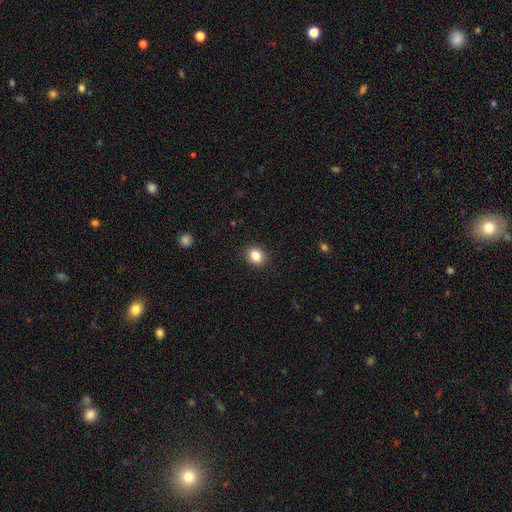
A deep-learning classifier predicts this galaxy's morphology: A smooth galaxy with no disk features (84%) that is round (68%).

Vote fractions:
- Smooth or featured? smooth: 84% / star or artifact: 10% / featured or disk: 6%
- How rounded? round: 68% / in between: 31% / cigar-shaped: 1%
- Merging? none: 91% / minor disturbance: 6% / major disturbance: 2% / merger: 1%